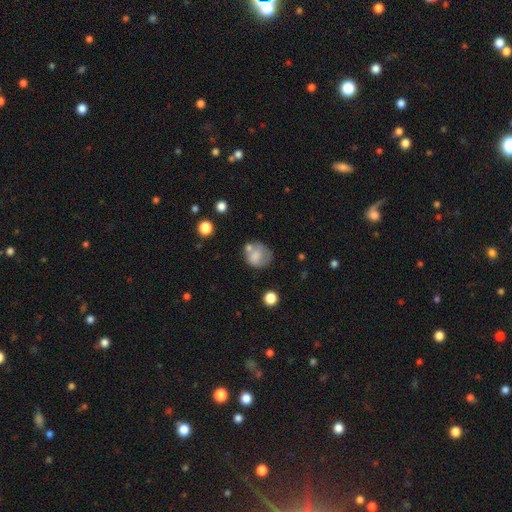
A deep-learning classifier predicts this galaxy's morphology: Q: Smooth or featured?
A: smooth (70%); runner-up: featured or disk (20%)
Q: How rounded?
A: round (71%); runner-up: in between (28%)
Q: Merging?
A: none (49%); runner-up: minor disturbance (22%)